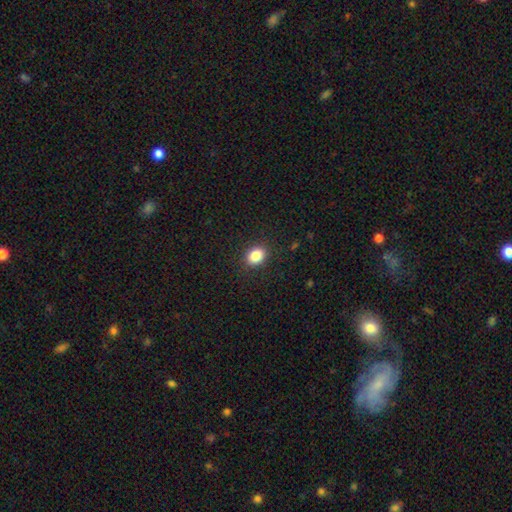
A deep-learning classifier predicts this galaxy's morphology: This appears to be a smooth galaxy with no disk features (85%) that is in between round and cigar-shaped (53%). Merging: none (88%).